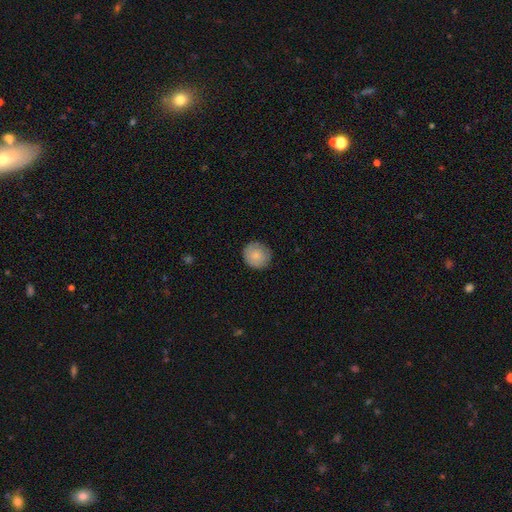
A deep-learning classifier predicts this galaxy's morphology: smooth-or-featured: smooth: 83% | featured or disk: 10% | star or artifact: 7%
  how-rounded: round: 92% | in between: 7% | cigar-shaped: 1%
  merging: none: 87% | minor disturbance: 10% | major disturbance: 2% | merger: 1%